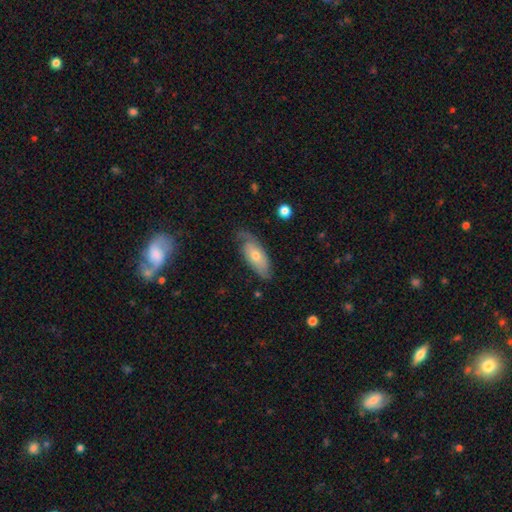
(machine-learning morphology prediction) Overall: featured or disk (53%; smooth 40%). Edge-on disk: no (81%). Merging: none (66%).